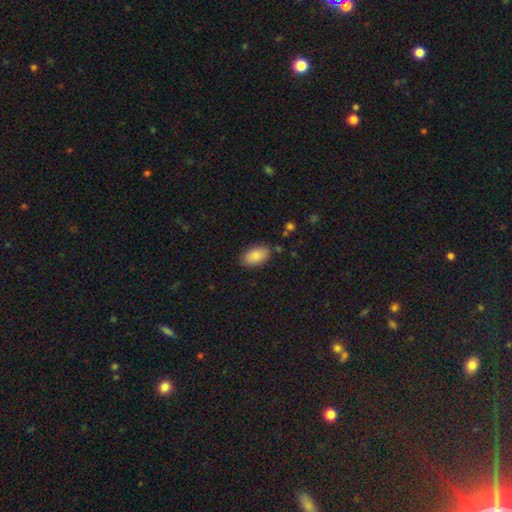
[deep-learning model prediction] Smooth or featured? smooth (86%)
How rounded? in between (93%)
Merging? none (84%)